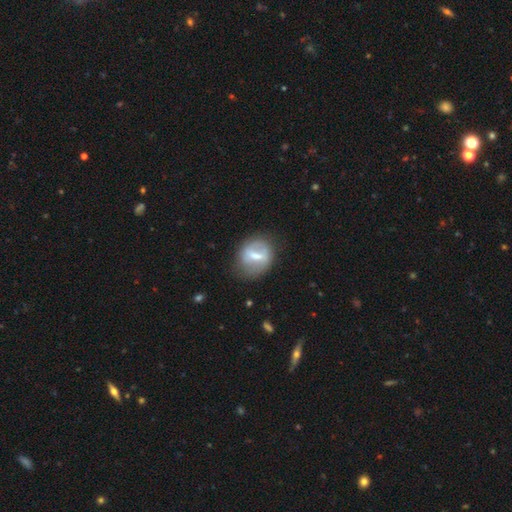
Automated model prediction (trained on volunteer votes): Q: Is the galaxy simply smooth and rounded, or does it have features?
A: featured or disk — 52%.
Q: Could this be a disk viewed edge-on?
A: no — 91%.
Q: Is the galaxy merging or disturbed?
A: none — 68%.